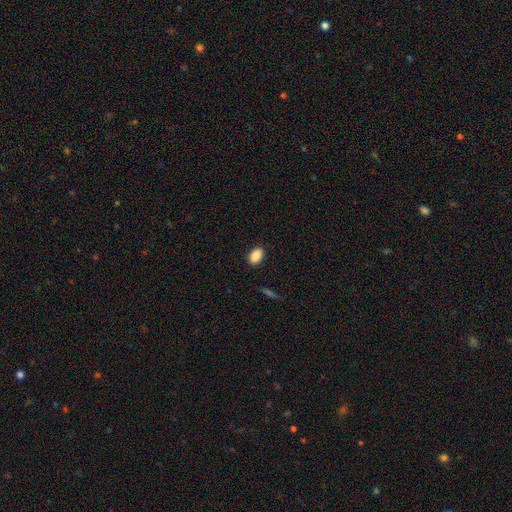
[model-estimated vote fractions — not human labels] Q: Smooth or featured?
A: smooth (89%); runner-up: star or artifact (8%)
Q: How rounded?
A: in between (88%); runner-up: round (11%)
Q: Merging?
A: none (87%); runner-up: minor disturbance (9%)